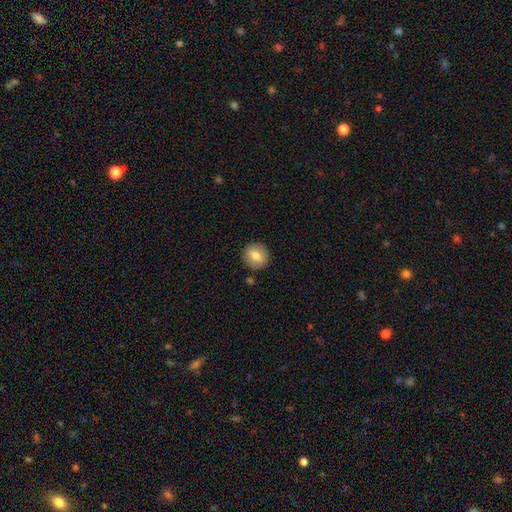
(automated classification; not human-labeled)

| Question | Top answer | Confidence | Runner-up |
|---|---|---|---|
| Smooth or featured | smooth | 77% | featured or disk (15%) |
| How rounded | round | 90% | in between (9%) |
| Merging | none | 89% | minor disturbance (7%) |